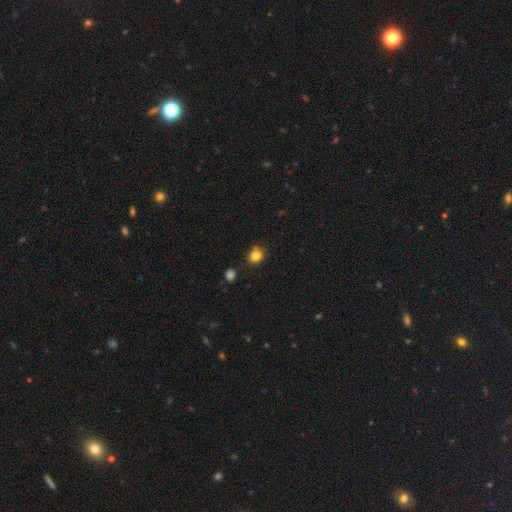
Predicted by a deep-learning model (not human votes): A smooth galaxy with no disk features (83%) that is round (74%).

Vote fractions:
- Smooth or featured? smooth: 83% / star or artifact: 12% / featured or disk: 6%
- How rounded? round: 74% / in between: 25% / cigar-shaped: 1%
- Merging? none: 77% / minor disturbance: 16% / merger: 4% / major disturbance: 3%